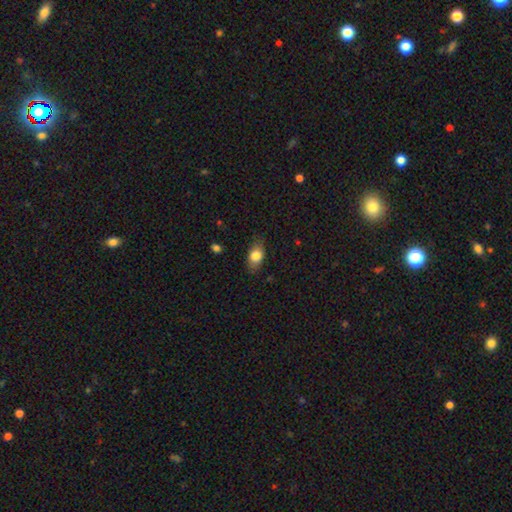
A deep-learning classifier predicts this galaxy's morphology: Smooth or featured?
  - smooth: 80% *
  - featured or disk: 13%
  - star or artifact: 8%
How rounded?
  - in between: 84% *
  - round: 12%
  - cigar-shaped: 5%
Merging?
  - none: 79% *
  - minor disturbance: 16%
  - major disturbance: 4%
  - merger: 1%